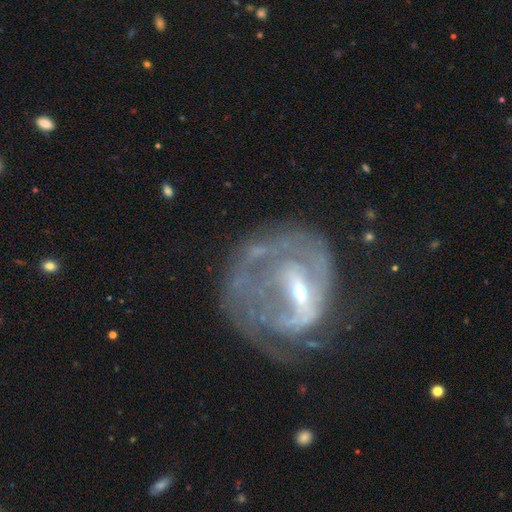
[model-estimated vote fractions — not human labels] The model was most divided on "spiral arm count": can't tell: 33%, 1: 28%, 2: 27%, 3: 6%, 4: 3%, more than 4: 3%. Remaining: edge-on disk — no (96%); smooth or featured — featured or disk (78%); spiral arms — yes (70%); bulge size — small (67%); bar — weak (42%); merging — major disturbance (42%); spiral winding — tight (41%).